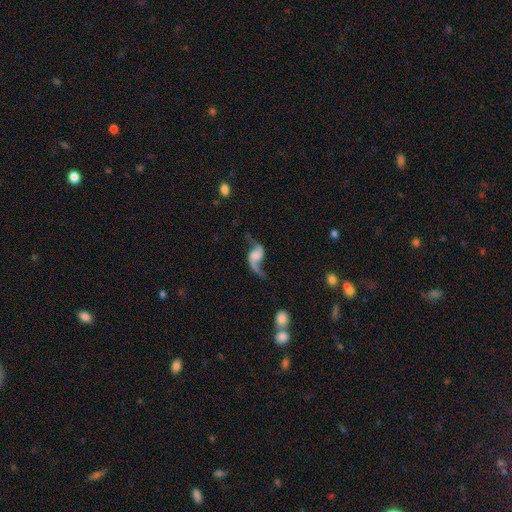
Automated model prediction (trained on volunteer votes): A featured or disk galaxy (87%) with no bar (51%), 2 (92%) loose (89%) spiral arms (96%) and no central bulge (56%).

Vote fractions:
- Smooth or featured? featured or disk: 87% / smooth: 7% / star or artifact: 6%
- Edge-on disk? no: 97% / yes: 3%
- Bar? no: 51% / weak: 35% / strong: 14%
- Spiral arms? yes: 96% / no: 4%
- Spiral winding? loose: 89% / medium: 9% / tight: 2%
- Spiral arm count? 2: 92% / 1: 4% / can't tell: 1% / 3: 1% / 4: 1% / more than 4: 1%
- Bulge size? none: 56% / small: 15% / large: 13% / moderate: 11% / dominant: 5%
- Merging? none: 66% / minor disturbance: 16% / major disturbance: 14% / merger: 4%